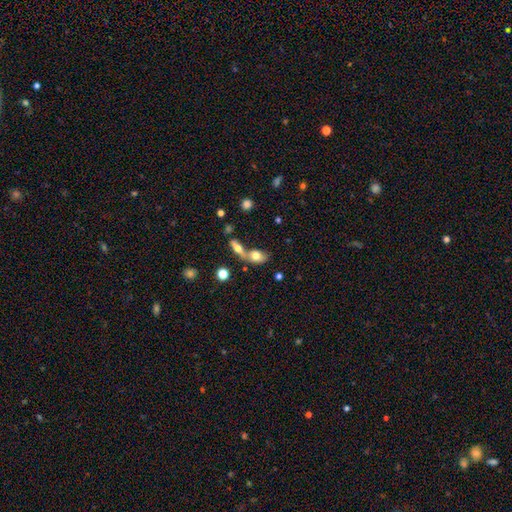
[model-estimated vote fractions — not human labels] Overall: smooth (71%). How rounded: in between (75%). Merging: merger (62%; none 24%).